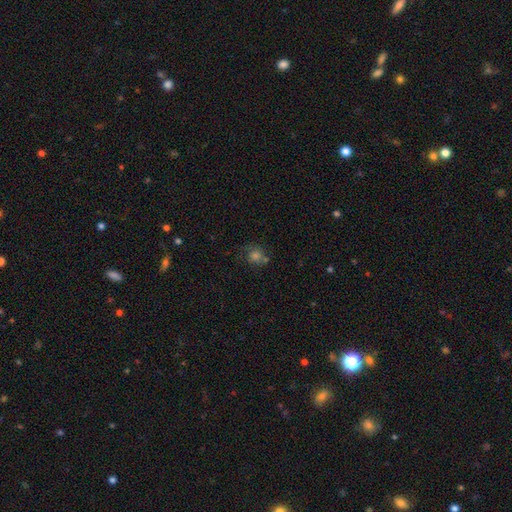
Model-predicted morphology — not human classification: The model was most divided on "smooth or featured": smooth: 53%, star or artifact: 27%, featured or disk: 20%. More confident: how rounded — round (81%); merging — none (63%).